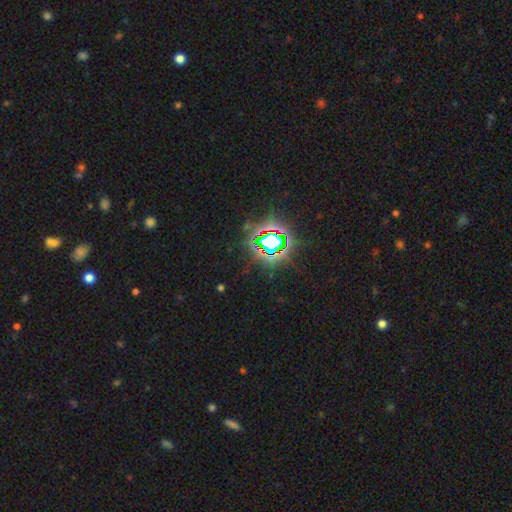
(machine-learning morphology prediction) This is clearly a star or artifact rather than a galaxy (82%).